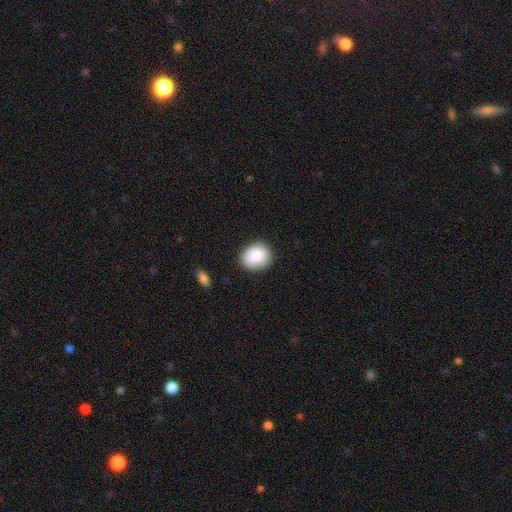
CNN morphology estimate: Smooth or featured? Predicted: smooth (p=0.88). How rounded? Predicted: round (p=0.64). Merging? Predicted: none (p=0.84).